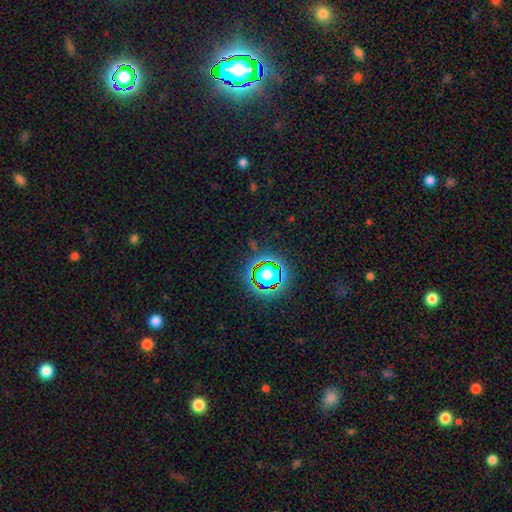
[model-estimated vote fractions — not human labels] This is clearly a star or artifact rather than a galaxy (81%).